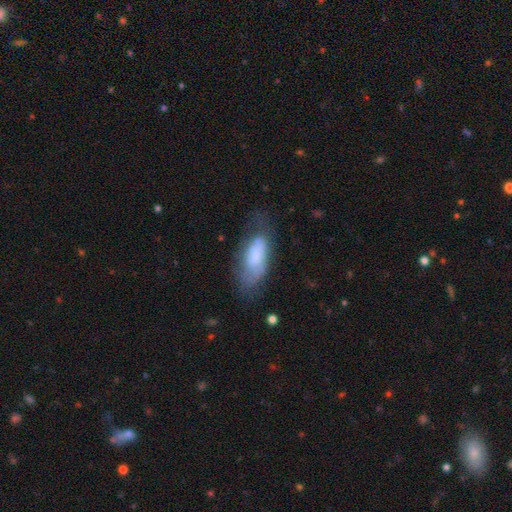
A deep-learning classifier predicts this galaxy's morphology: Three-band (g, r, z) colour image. It shows a smooth galaxy with no disk features (66%) that is in between round and cigar-shaped (81%). Merging: none (46%).